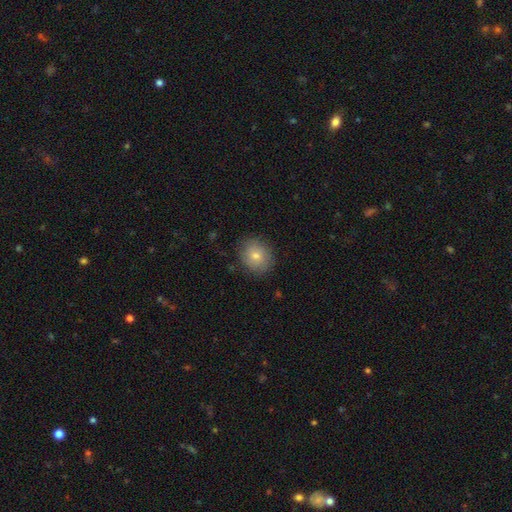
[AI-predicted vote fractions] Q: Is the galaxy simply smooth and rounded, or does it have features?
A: smooth — 78%.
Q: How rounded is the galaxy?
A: round — 73%.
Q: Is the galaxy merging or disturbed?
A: none — 85%.